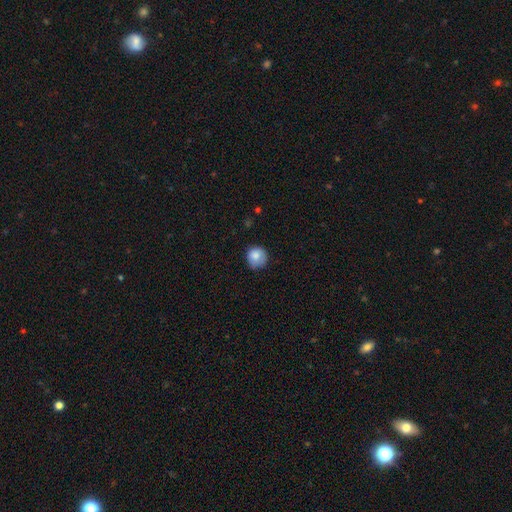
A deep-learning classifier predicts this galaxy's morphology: smooth_or_featured: smooth (p=0.84) [alt: star or artifact p=0.09]
how_rounded: round (p=0.91) [alt: in between p=0.08]
merging: none (p=0.70) [alt: minor disturbance p=0.24]